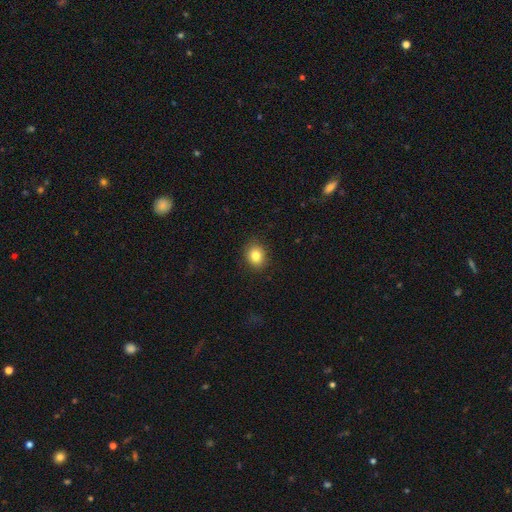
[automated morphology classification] Overall: smooth (81%). How rounded: round (67%; in between 32%). Merging: none (89%).